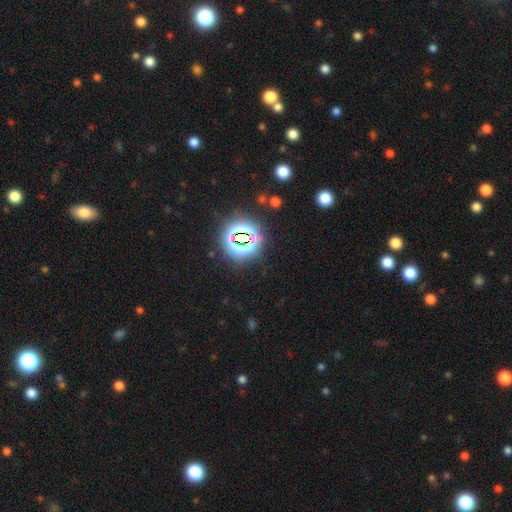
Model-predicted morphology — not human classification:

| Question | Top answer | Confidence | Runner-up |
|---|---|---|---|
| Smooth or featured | star or artifact | 80% | smooth (13%) |